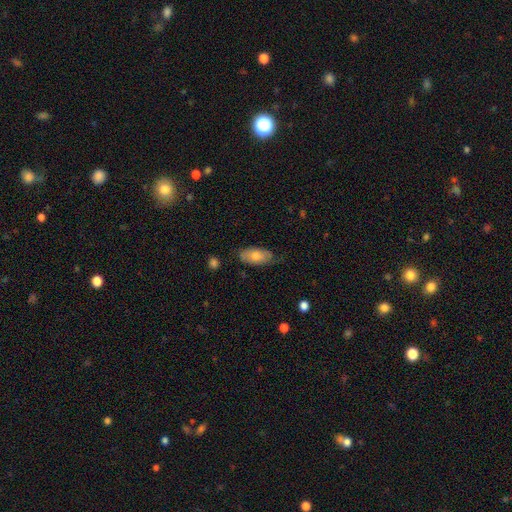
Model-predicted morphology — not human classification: Q: Smooth or featured?
A: smooth (73%); runner-up: featured or disk (20%)
Q: How rounded?
A: in between (89%); runner-up: cigar-shaped (9%)
Q: Merging?
A: none (73%); runner-up: minor disturbance (22%)